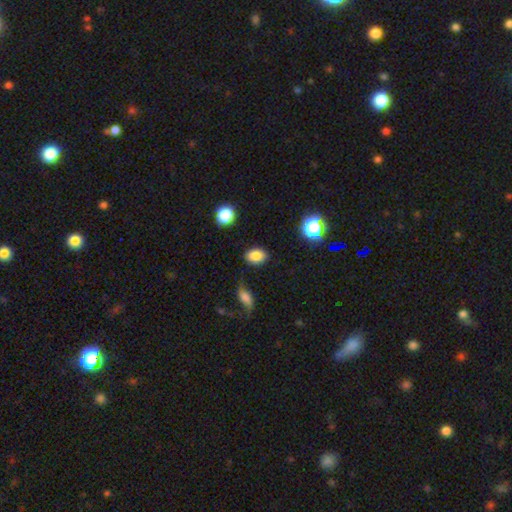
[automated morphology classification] smooth_or_featured: smooth (p=0.84) [alt: star or artifact p=0.10]
how_rounded: in between (p=0.76) [alt: round p=0.23]
merging: none (p=0.82) [alt: minor disturbance p=0.12]